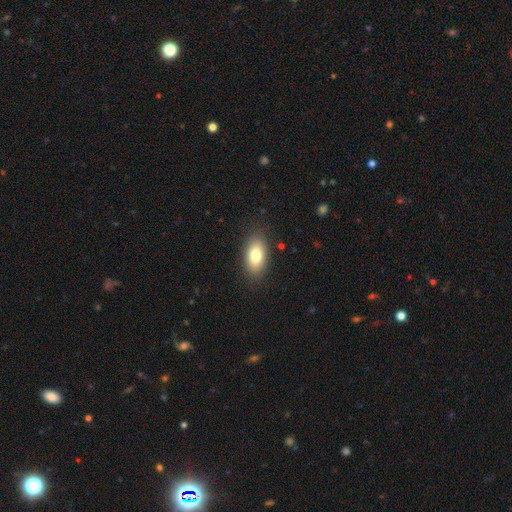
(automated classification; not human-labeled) smooth 79%, featured or disk 13%, star or artifact 8%. Down the decision tree: how rounded — in between (91%); merging — none (86%).